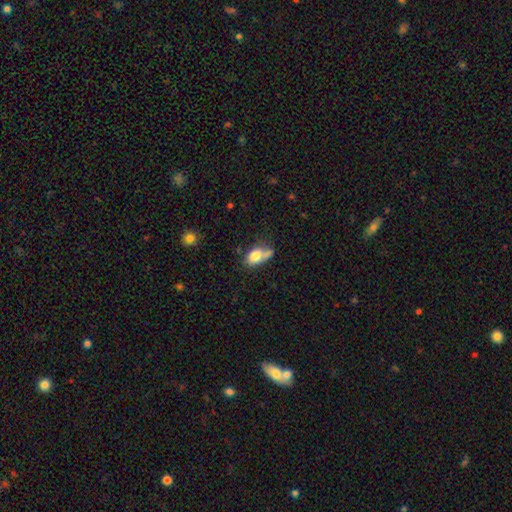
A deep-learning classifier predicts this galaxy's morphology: Smooth or featured: smooth — 77% (featured or disk — 15%)
How rounded: in between — 86% (round — 11%)
Merging: none — 39% (merger — 28%)